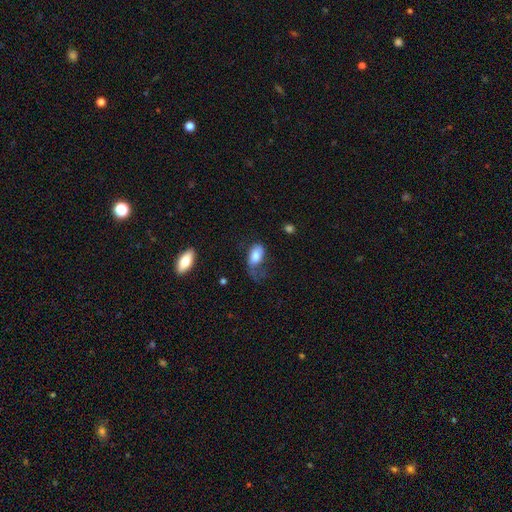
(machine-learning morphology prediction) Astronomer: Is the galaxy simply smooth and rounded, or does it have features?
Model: smooth — 75%.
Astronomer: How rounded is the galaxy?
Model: in between — 91%.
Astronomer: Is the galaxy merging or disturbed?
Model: major disturbance — 44% (runner-up: none, 27%).